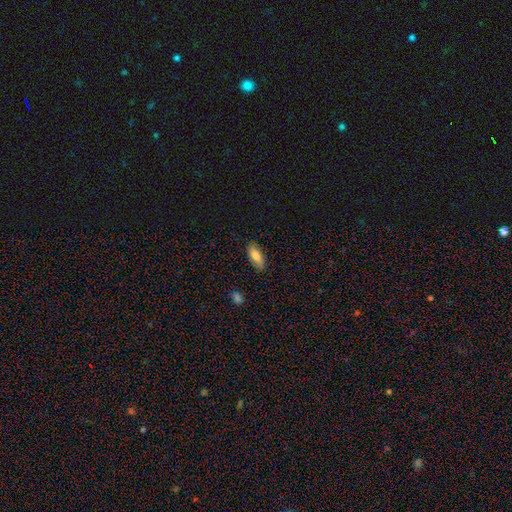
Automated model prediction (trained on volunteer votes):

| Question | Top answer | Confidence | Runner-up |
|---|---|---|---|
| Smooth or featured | smooth | 78% | featured or disk (15%) |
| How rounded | in between | 79% | cigar-shaped (19%) |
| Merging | none | 84% | minor disturbance (13%) |